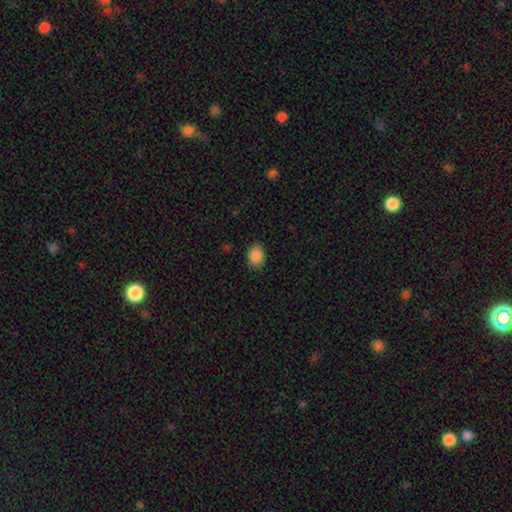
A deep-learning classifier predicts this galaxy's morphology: Smooth or featured? Predicted: smooth (p=0.88). How rounded? Predicted: in between (p=0.70). Merging? Predicted: none (p=0.88).